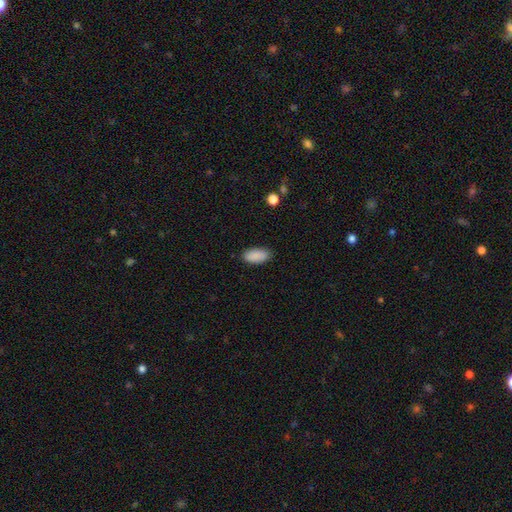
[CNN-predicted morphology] This is clearly a smooth galaxy (90%). How rounded: clearly in between (92%). Merging: clearly none (87%).